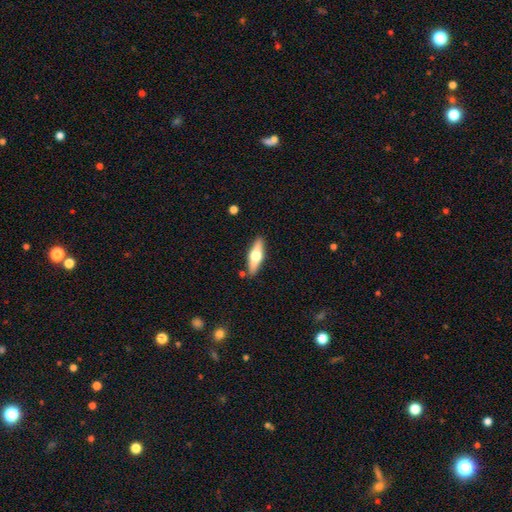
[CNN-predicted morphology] This appears to be a featured or disk galaxy (52%) viewed edge-on (92%). Merging: none (87%).